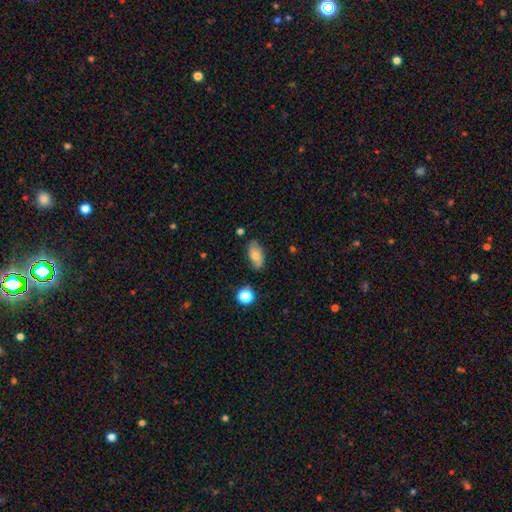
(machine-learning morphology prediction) This is likely a smooth galaxy (76%). How rounded: clearly in between (90%). Merging: likely none (77%).